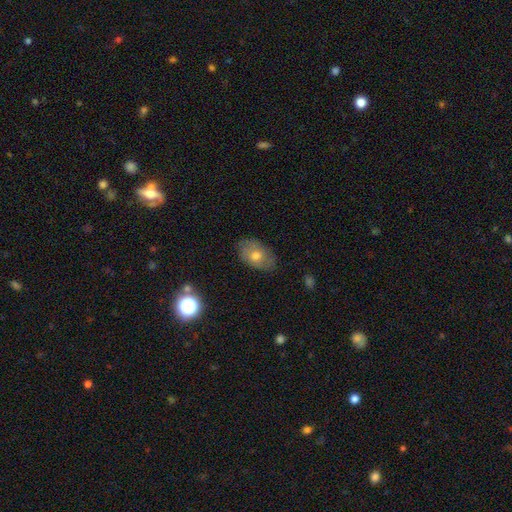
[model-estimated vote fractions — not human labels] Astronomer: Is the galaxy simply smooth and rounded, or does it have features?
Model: smooth — 67%.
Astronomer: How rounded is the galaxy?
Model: in between — 86%.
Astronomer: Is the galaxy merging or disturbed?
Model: none — 77%.